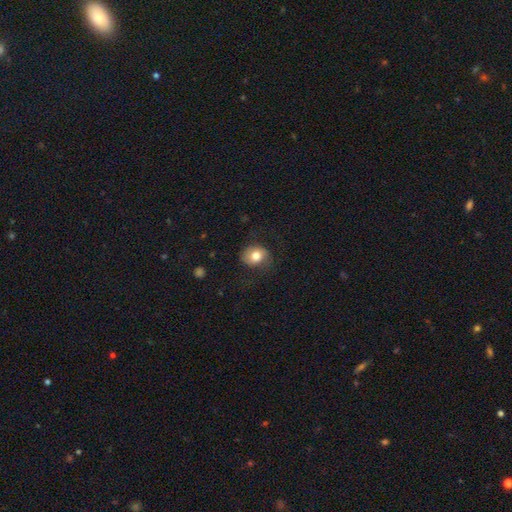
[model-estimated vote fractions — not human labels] smooth-or-featured: smooth: 76% | featured or disk: 16% | star or artifact: 8%
  how-rounded: round: 60% | in between: 39% | cigar-shaped: 1%
  merging: none: 66% | minor disturbance: 21% | major disturbance: 13% | merger: 1%